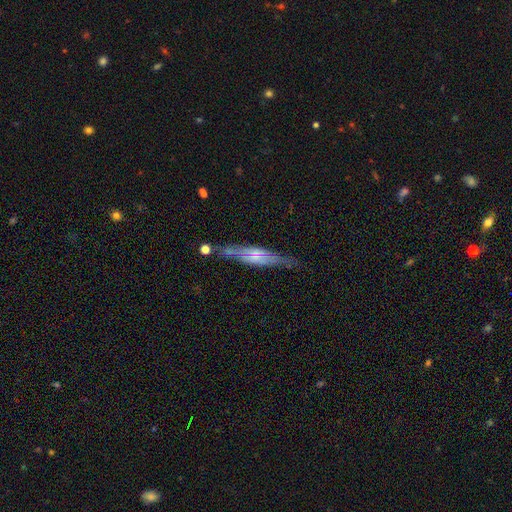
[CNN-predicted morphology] Overall: featured or disk (72%). Edge-on disk: yes (91%). Edge-on bulge: rounded (48%; boxy 28%). Merging: none (73%).